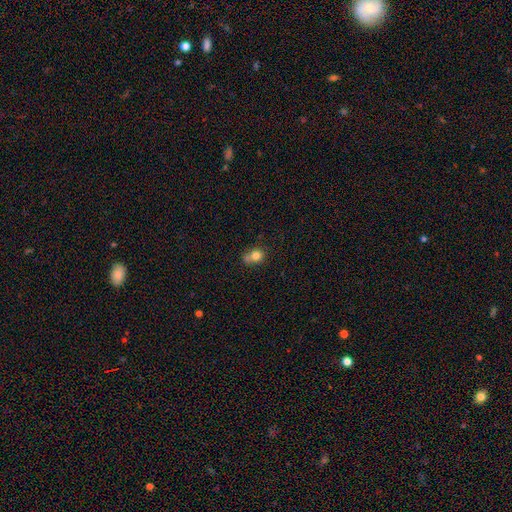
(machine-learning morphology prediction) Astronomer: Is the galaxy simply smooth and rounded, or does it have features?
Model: smooth — 78%.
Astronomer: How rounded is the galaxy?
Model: round — 59% (runner-up: in between, 39%).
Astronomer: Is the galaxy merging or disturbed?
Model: none — 42% (runner-up: minor disturbance, 26%).